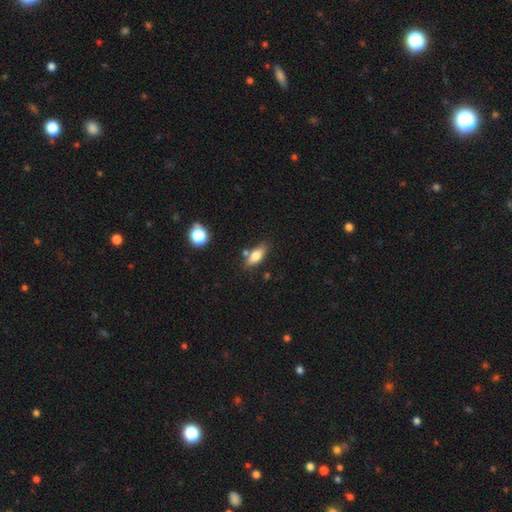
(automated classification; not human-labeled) This is likely a smooth galaxy (73%). How rounded: likely in between (78%). Merging: likely none (69%).